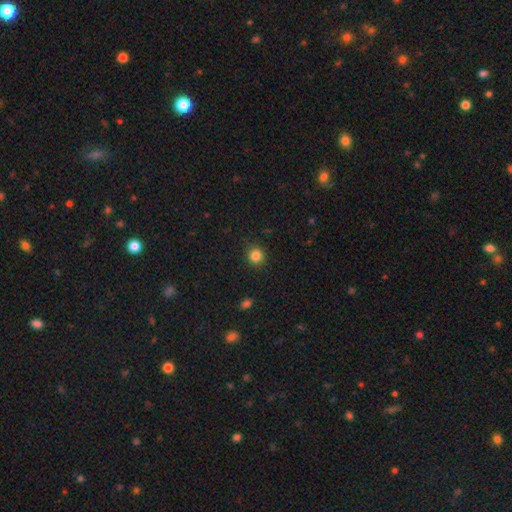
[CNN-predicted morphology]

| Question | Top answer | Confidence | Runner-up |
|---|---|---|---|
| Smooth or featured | smooth | 84% | star or artifact (12%) |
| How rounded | round | 90% | in between (9%) |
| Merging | none | 90% | minor disturbance (6%) |